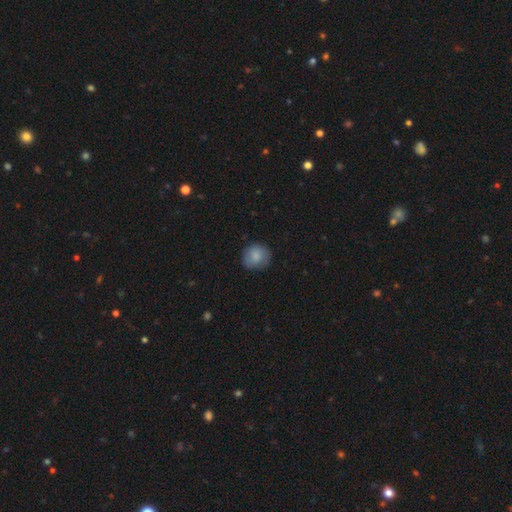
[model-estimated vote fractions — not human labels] A smooth galaxy with no disk features (85%) that is round (84%).

Vote fractions:
- Smooth or featured? smooth: 85% / featured or disk: 8% / star or artifact: 7%
- How rounded? round: 84% / in between: 15% / cigar-shaped: 1%
- Merging? none: 81% / minor disturbance: 15% / major disturbance: 3% / merger: 1%